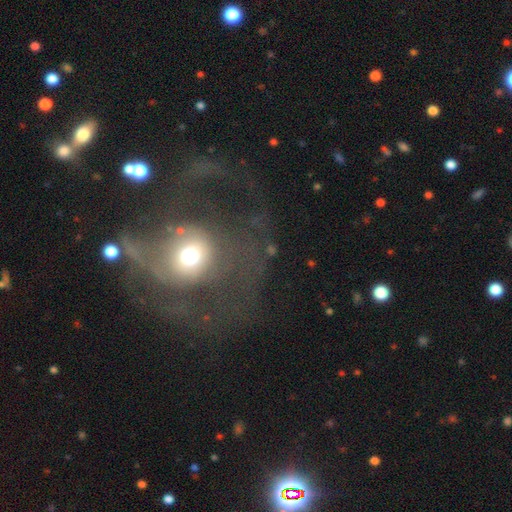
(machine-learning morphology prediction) Smooth or featured: featured or disk — 54% (smooth — 30%)
Edge-on disk: no — 96% (yes — 4%)
Bar: no — 77% (weak — 17%)
Spiral arms: no — 54% (yes — 46%)
Bulge size: moderate — 58% (small — 23%)
Merging: major disturbance — 42% (none — 38%)